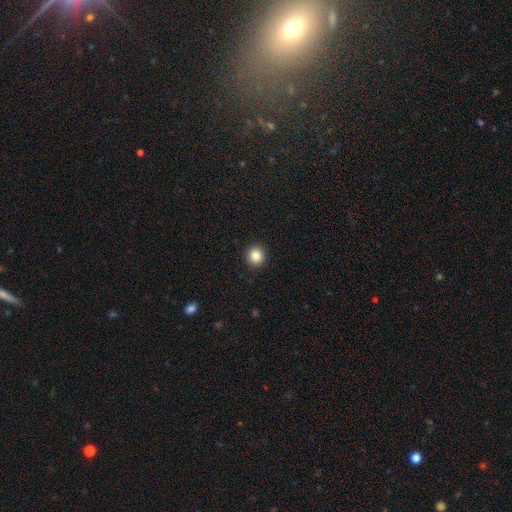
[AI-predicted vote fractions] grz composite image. It shows a smooth galaxy with no disk features (85%) that is round (93%). Merging: none (93%).